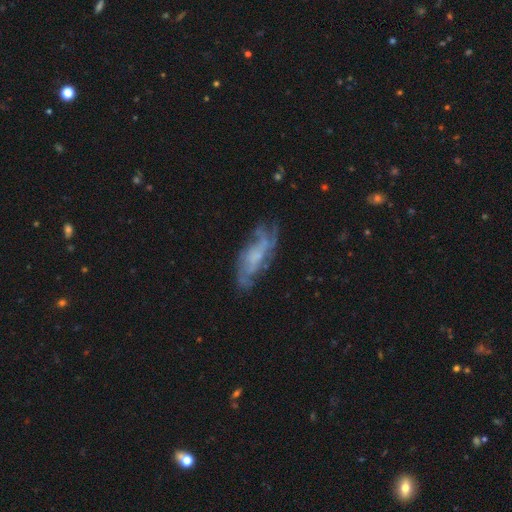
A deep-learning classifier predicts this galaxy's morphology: Smooth or featured? featured or disk (71%)
Edge-on disk? no (85%)
Bar? no (63%)
Spiral arms? yes (80%)
Bulge size? small (39%)
Merging? none (62%)